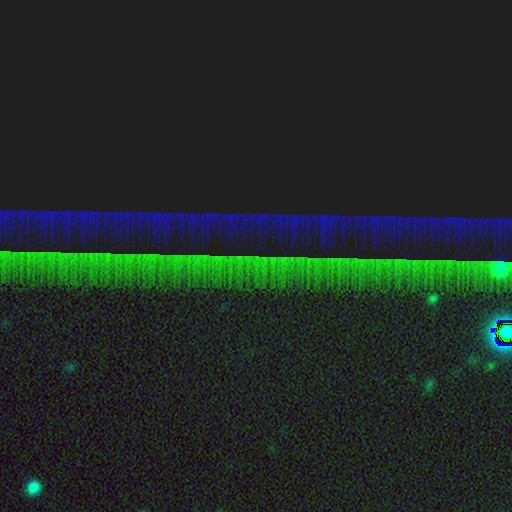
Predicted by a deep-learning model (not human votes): This appears to be a star or artifact, not a galaxy (89%).